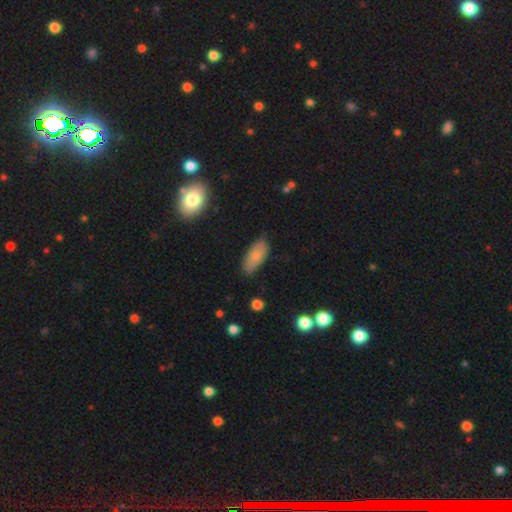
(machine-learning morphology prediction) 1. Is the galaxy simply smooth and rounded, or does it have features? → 75% smooth, 18% featured or disk, 7% star or artifact.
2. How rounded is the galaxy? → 87% in between, 10% cigar-shaped, 3% round.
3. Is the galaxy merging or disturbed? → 76% none, 19% minor disturbance, 3% major disturbance, 2% merger.